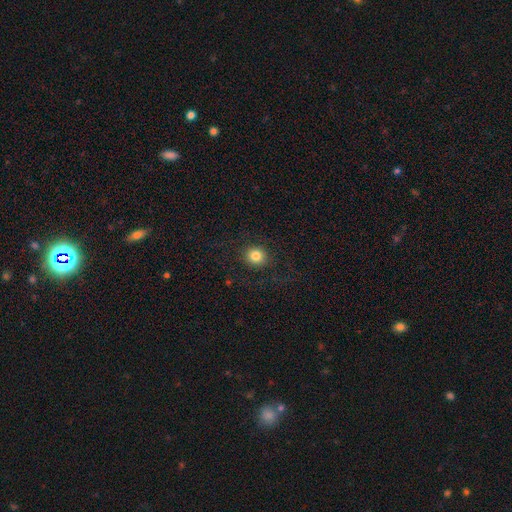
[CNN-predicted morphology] Smooth or featured? Predicted: smooth (p=0.83). How rounded? Predicted: round (p=0.86). Merging? Predicted: none (p=0.88).